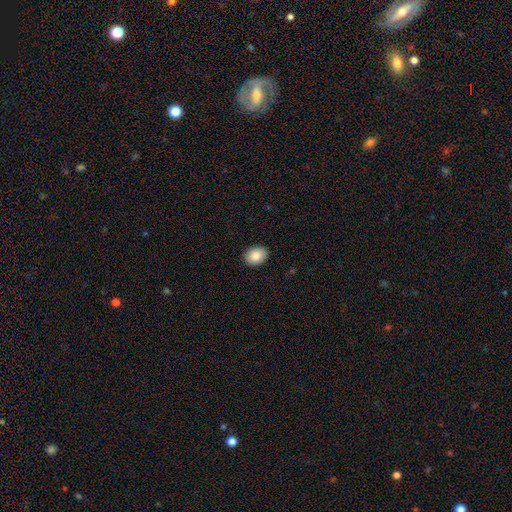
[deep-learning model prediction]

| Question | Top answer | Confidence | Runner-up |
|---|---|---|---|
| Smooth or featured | smooth | 86% | star or artifact (8%) |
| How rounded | in between | 71% | round (28%) |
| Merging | none | 90% | minor disturbance (8%) |